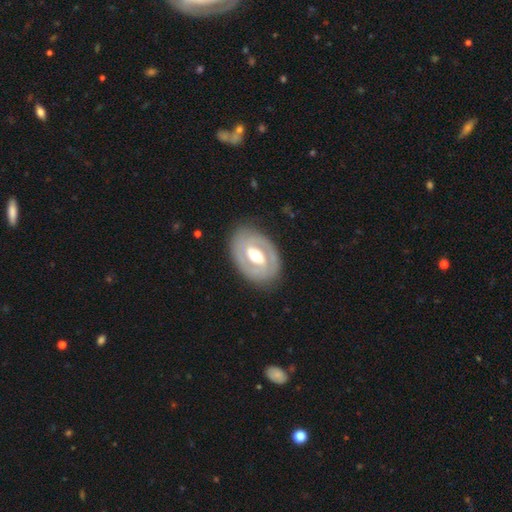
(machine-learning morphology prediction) smooth-or-featured: featured or disk: 75% | smooth: 20% | star or artifact: 4%
  disk-edge-on: no: 95% | yes: 5%
    bar: weak: 38% | strong: 34% | no: 28%
    has-spiral-arms: yes: 56% | no: 44%
    bulge-size: moderate: 69% | large: 19% | small: 10% | dominant: 1% | none: 1%
  merging: none: 82% | minor disturbance: 12% | major disturbance: 5% | merger: 1%